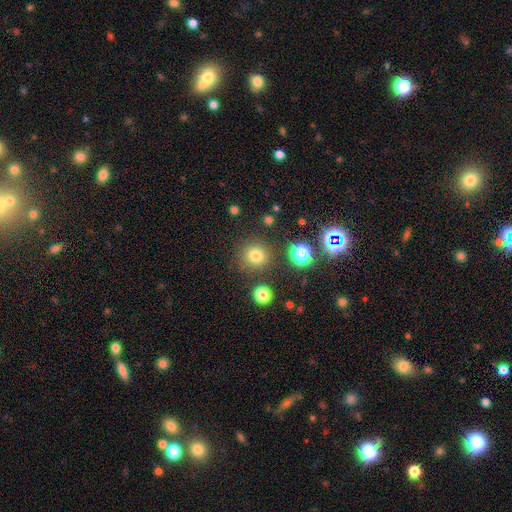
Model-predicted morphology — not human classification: This is likely a smooth galaxy (76%). How rounded: clearly round (93%). Merging: clearly none (85%).